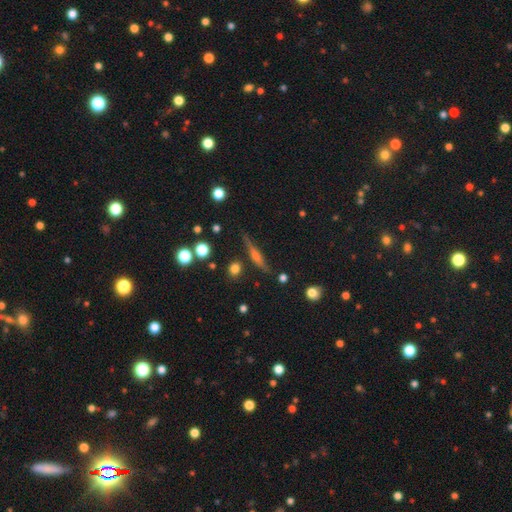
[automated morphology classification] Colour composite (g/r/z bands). It shows a featured or disk galaxy (60%) viewed edge-on (95%) with a rounded central bulge (55%). Merging: none (82%).